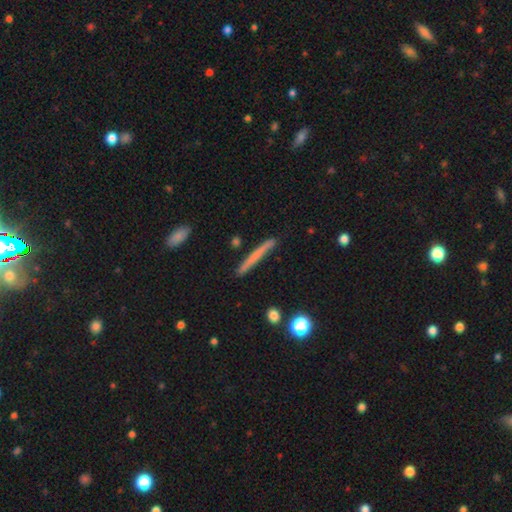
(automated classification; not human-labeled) Smooth or featured? Predicted: smooth (p=0.59). How rounded? Predicted: cigar-shaped (p=0.96). Merging? Predicted: none (p=0.87).